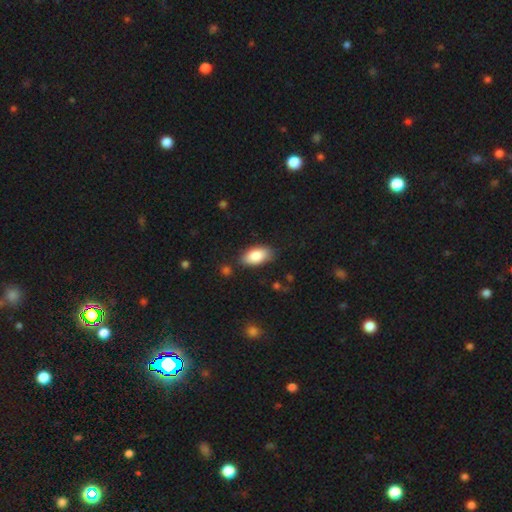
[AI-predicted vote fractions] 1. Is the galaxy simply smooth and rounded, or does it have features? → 85% smooth, 8% featured or disk, 7% star or artifact.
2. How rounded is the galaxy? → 93% in between, 4% cigar-shaped, 3% round.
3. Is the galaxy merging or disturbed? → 82% none, 13% minor disturbance, 3% major disturbance, 2% merger.